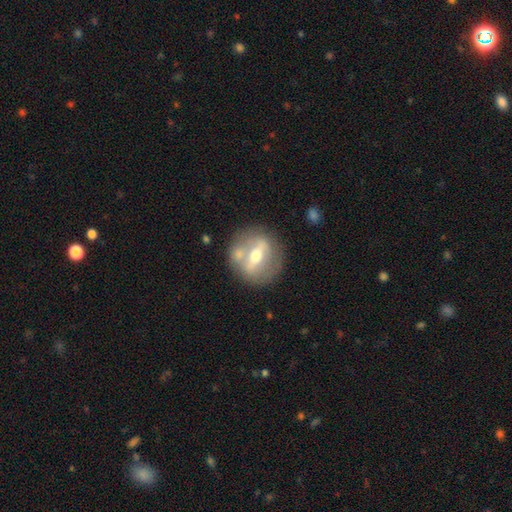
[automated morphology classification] smooth_or_featured: featured or disk (p=0.66) [alt: smooth p=0.27]
disk_edge_on: no (p=0.76) [alt: yes p=0.24]
bar: strong (p=0.59) [alt: weak p=0.26]
has_spiral_arms: no (p=0.81) [alt: yes p=0.19]
bulge_size: moderate (p=0.71) [alt: small p=0.19]
merging: none (p=0.69) [alt: merger p=0.13]